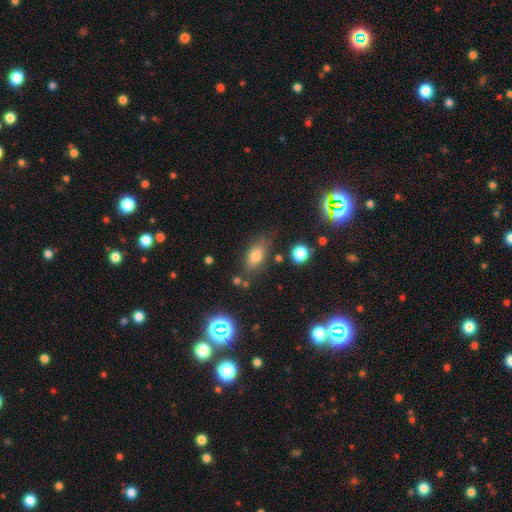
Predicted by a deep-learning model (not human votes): smooth-or-featured: smooth: 72% | featured or disk: 15% | star or artifact: 13%
  how-rounded: in between: 80% | round: 11% | cigar-shaped: 9%
  merging: none: 70% | minor disturbance: 18% | merger: 6% | major disturbance: 6%